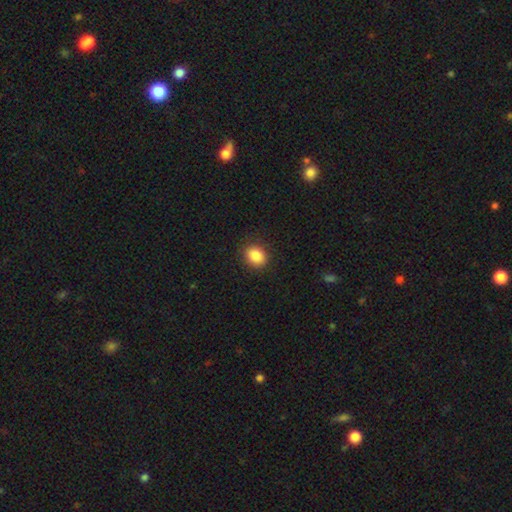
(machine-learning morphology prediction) A smooth galaxy with no disk features (87%) that is in between round and cigar-shaped (55%).

Vote fractions:
- Smooth or featured? smooth: 87% / star or artifact: 9% / featured or disk: 4%
- How rounded? in between: 55% / round: 44% / cigar-shaped: 1%
- Merging? none: 88% / minor disturbance: 9% / major disturbance: 2% / merger: 1%